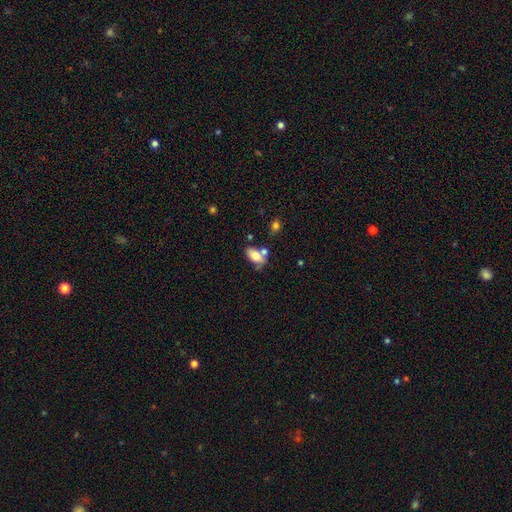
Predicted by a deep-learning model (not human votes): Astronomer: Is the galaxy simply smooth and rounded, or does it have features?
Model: smooth — 74%.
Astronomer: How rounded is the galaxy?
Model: in between — 89%.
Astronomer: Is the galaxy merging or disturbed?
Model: none — 46% (runner-up: merger, 27%).